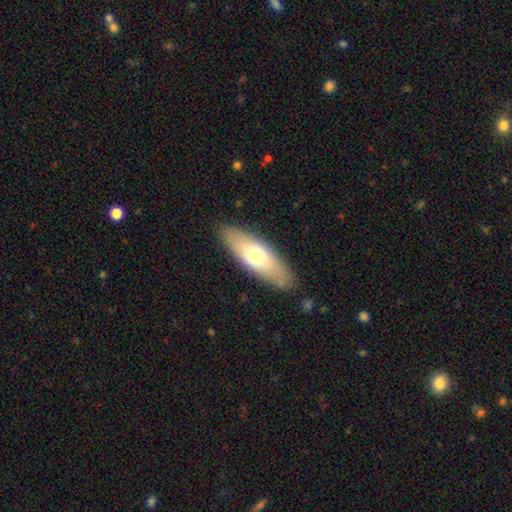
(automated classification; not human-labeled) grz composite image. It shows a smooth galaxy with no disk features (64%) that is in between round and cigar-shaped (64%). Merging: none (86%).